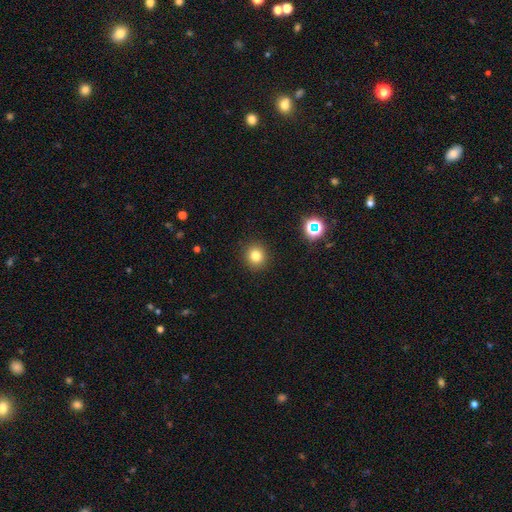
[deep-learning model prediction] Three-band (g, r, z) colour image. It shows a smooth galaxy with no disk features (79%) that is round (88%). Merging: none (91%).